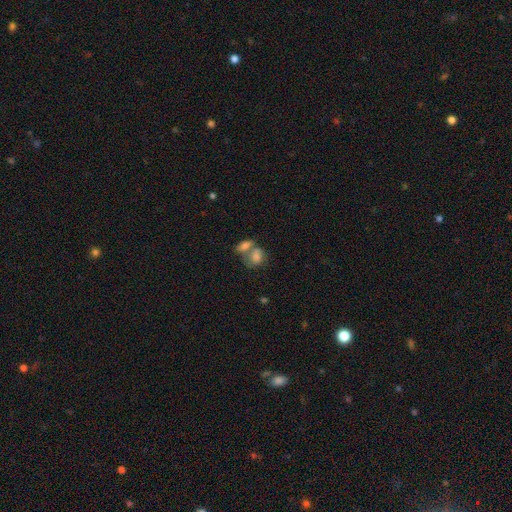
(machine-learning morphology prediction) Smooth or featured? Predicted: smooth (p=0.68). How rounded? Predicted: in between (p=0.68). Merging? Predicted: merger (p=0.57).